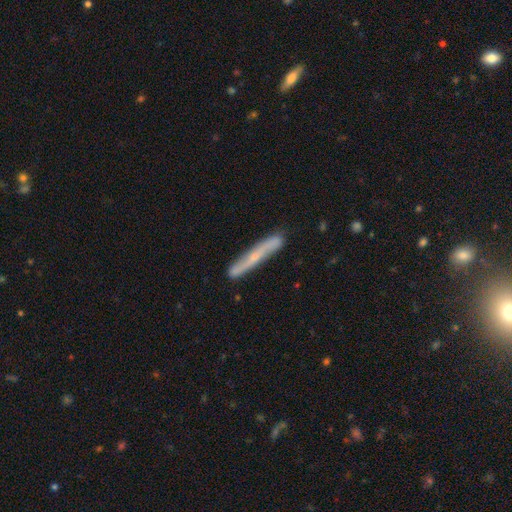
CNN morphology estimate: Overall: featured or disk (59%; smooth 34%). Edge-on disk: yes (78%). Merging: none (85%).